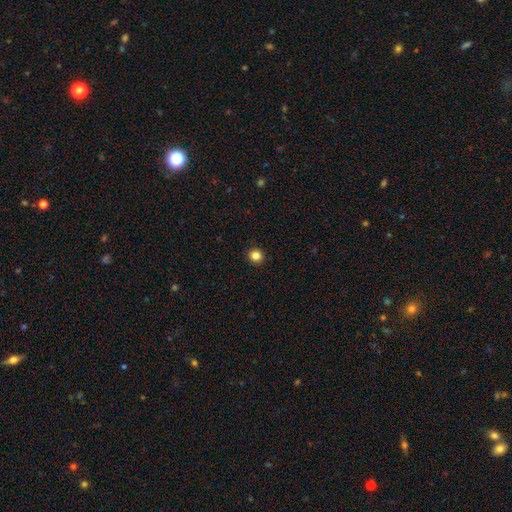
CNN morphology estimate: A smooth galaxy with no disk features (84%) that is round (92%). Merging: none (93%).